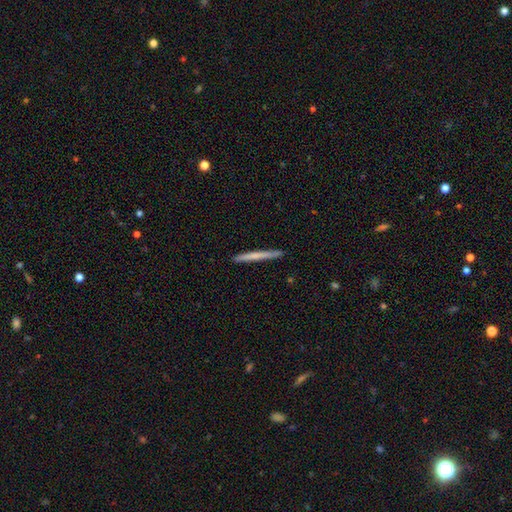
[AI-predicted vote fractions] This appears to be a smooth galaxy with no disk features (59%) that is cigar-shaped (97%). Merging: none (91%).